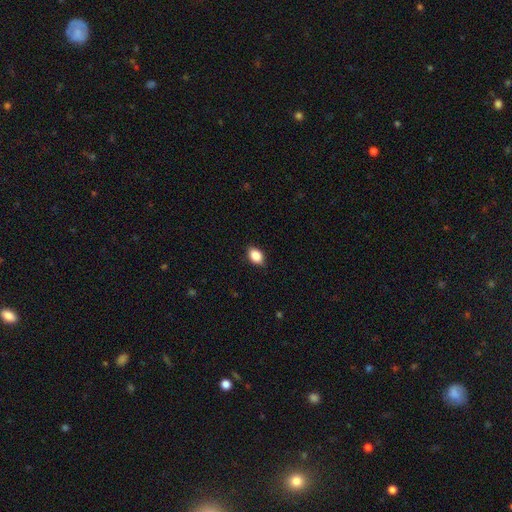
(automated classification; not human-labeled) Smooth or featured: smooth — 87% (star or artifact — 8%)
How rounded: in between — 81% (round — 18%)
Merging: none — 85% (minor disturbance — 12%)